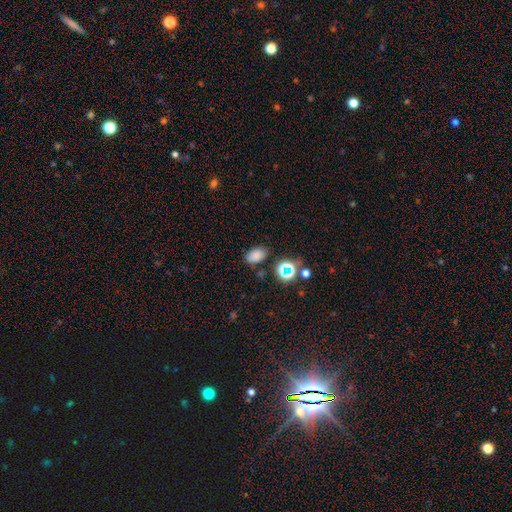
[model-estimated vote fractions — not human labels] smooth_or_featured: smooth (p=0.76) [alt: star or artifact p=0.18]
how_rounded: in between (p=0.85) [alt: round p=0.14]
merging: none (p=0.78) [alt: minor disturbance p=0.13]